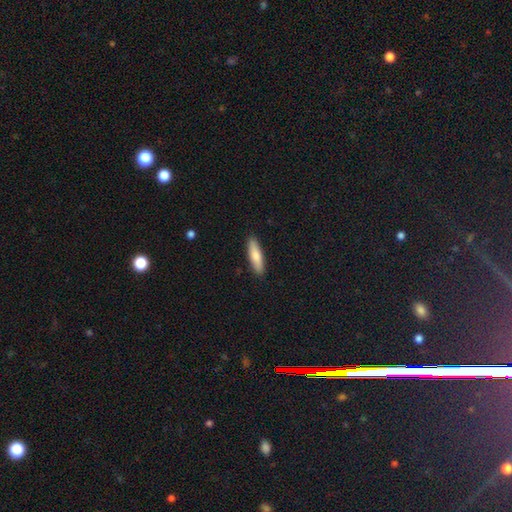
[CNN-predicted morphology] The model was most divided on "how rounded": cigar-shaped: 68%, in between: 30%, round: 2%. More confident: merging — none (90%); smooth or featured — smooth (78%).